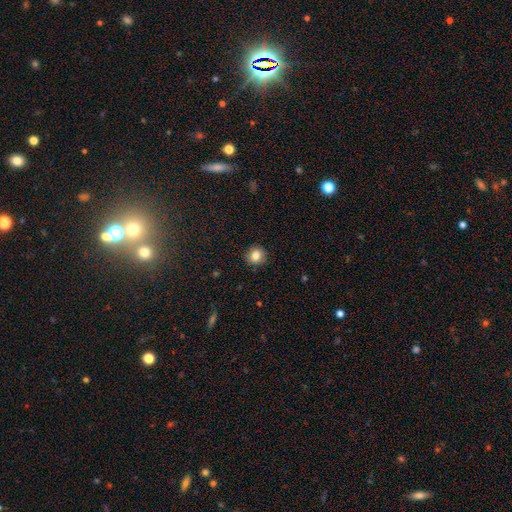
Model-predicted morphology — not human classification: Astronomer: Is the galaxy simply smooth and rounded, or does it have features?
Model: smooth — 84%.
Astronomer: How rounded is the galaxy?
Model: round — 90%.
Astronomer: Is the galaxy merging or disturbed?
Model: none — 90%.